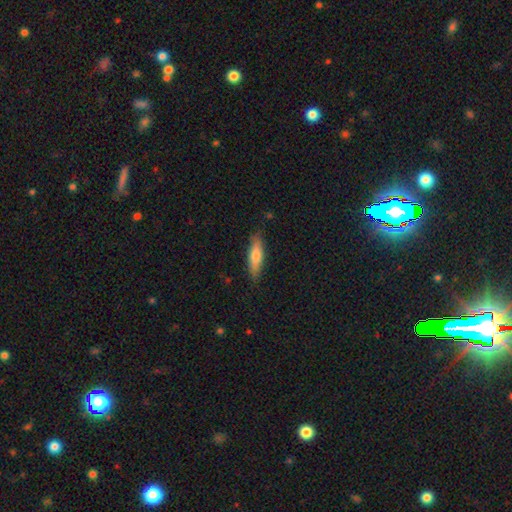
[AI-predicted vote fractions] Q: Smooth or featured?
A: smooth (69%); runner-up: featured or disk (25%)
Q: How rounded?
A: cigar-shaped (64%); runner-up: in between (35%)
Q: Merging?
A: none (83%); runner-up: minor disturbance (13%)